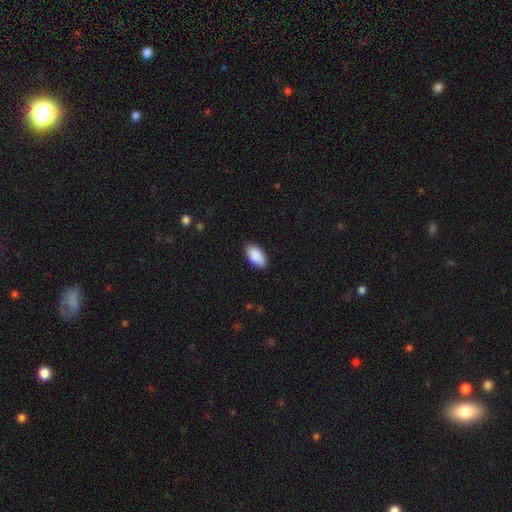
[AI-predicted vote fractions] The model was most divided on "merging": none: 87%, minor disturbance: 10%, major disturbance: 2%, merger: 1%. More confident: how rounded — in between (95%); smooth or featured — smooth (90%).